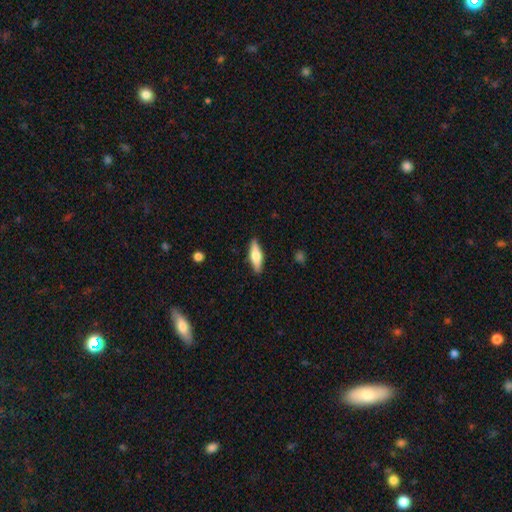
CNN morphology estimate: A smooth galaxy with no disk features (56%) that is cigar-shaped (49%). Merging: none (88%).